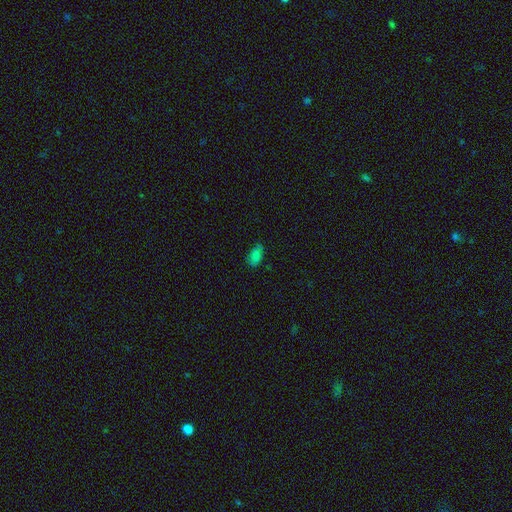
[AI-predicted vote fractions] A smooth galaxy with no disk features (81%) that is in between round and cigar-shaped (92%).

Vote fractions:
- Smooth or featured? smooth: 81% / star or artifact: 13% / featured or disk: 6%
- How rounded? in between: 92% / cigar-shaped: 5% / round: 4%
- Merging? none: 72% / minor disturbance: 22% / major disturbance: 4% / merger: 2%